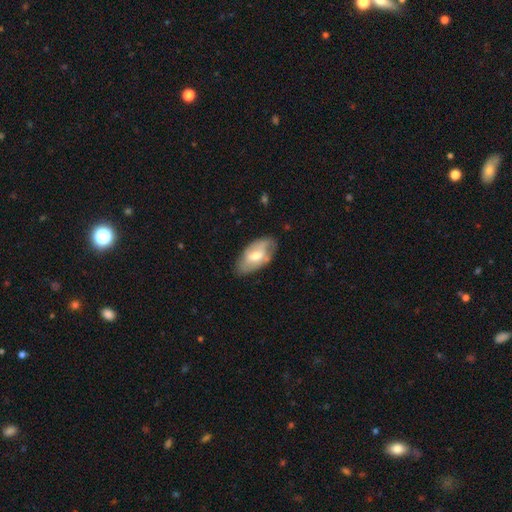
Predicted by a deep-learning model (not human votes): Smooth or featured? smooth (48%)
Merging? none (69%)